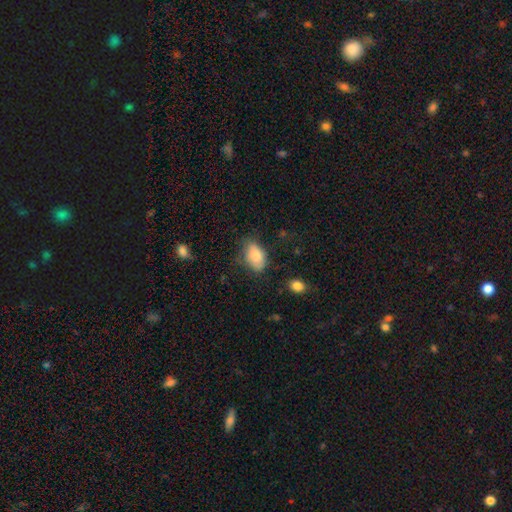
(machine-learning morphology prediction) A smooth galaxy with no disk features (81%) that is in between round and cigar-shaped (90%). Merging: none (59%).